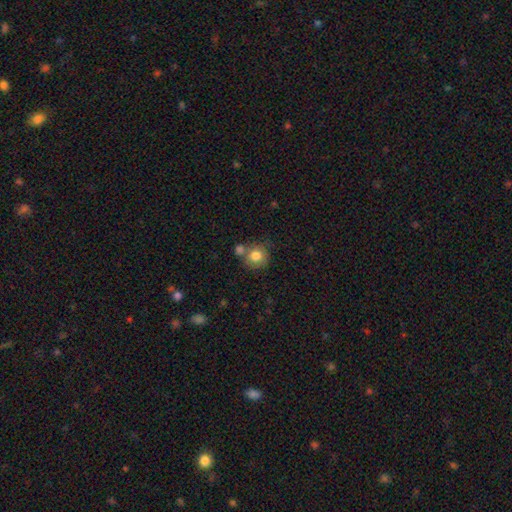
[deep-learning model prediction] smooth-or-featured: smooth: 81% | featured or disk: 10% | star or artifact: 9%
  how-rounded: round: 87% | in between: 12% | cigar-shaped: 1%
  merging: none: 58% | merger: 24% | minor disturbance: 14% | major disturbance: 5%